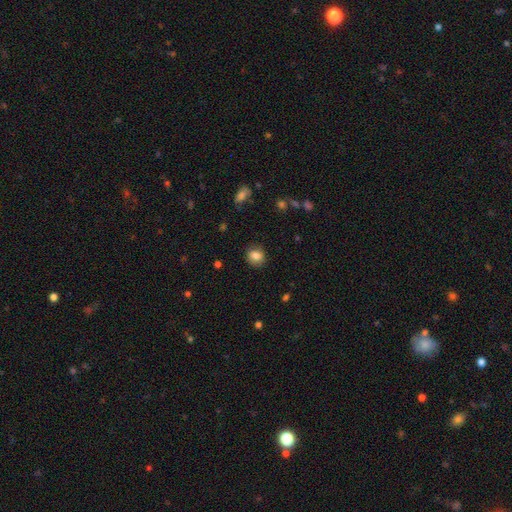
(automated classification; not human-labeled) A smooth galaxy with no disk features (83%) that is round (74%).

Vote fractions:
- Smooth or featured? smooth: 83% / star or artifact: 9% / featured or disk: 7%
- How rounded? round: 74% / in between: 25% / cigar-shaped: 1%
- Merging? none: 86% / minor disturbance: 10% / major disturbance: 3% / merger: 1%